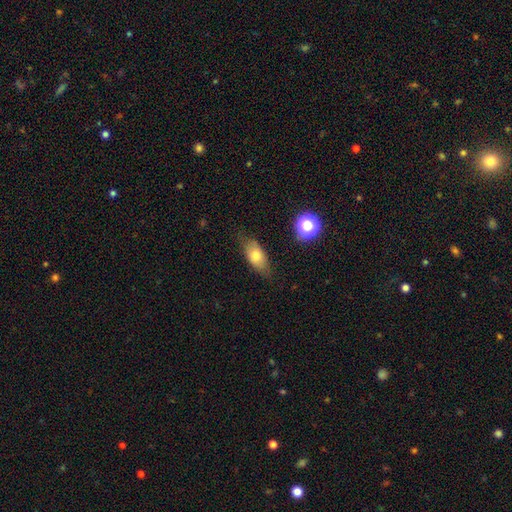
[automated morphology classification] A smooth galaxy with no disk features (71%) that is in between round and cigar-shaped (82%). Merging: none (75%).